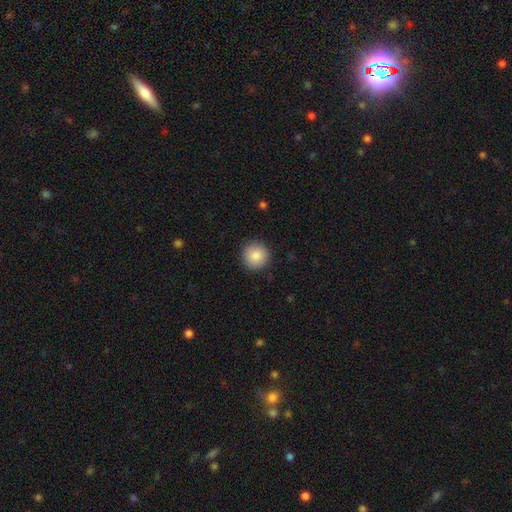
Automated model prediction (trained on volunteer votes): The model was most divided on "smooth or featured": smooth: 86%, star or artifact: 8%, featured or disk: 6%. More confident: how rounded — round (95%); merging — none (91%).